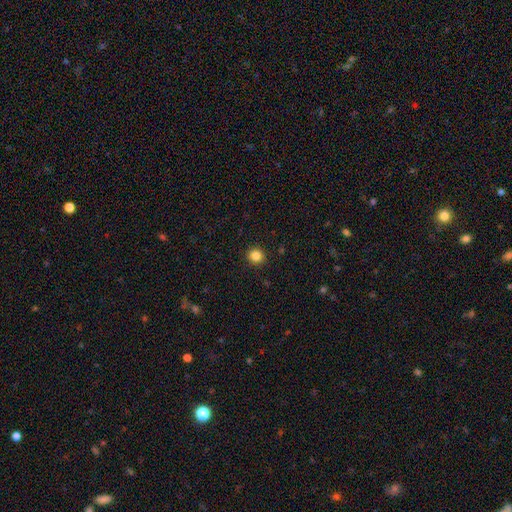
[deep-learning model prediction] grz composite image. It shows a smooth galaxy with no disk features (85%) that is round (88%). Merging: none (92%).